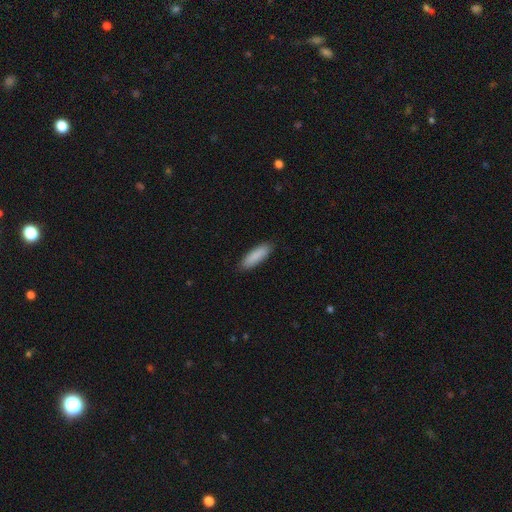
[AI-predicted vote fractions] This is clearly a smooth galaxy (89%). How rounded: possibly cigar-shaped (53%). Merging: clearly none (88%).